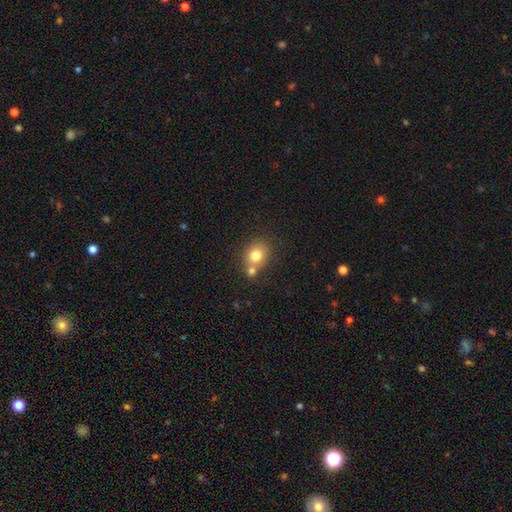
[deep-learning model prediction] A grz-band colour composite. It shows a smooth galaxy with no disk features (77%) that is round (69%). Merging: none (52%).